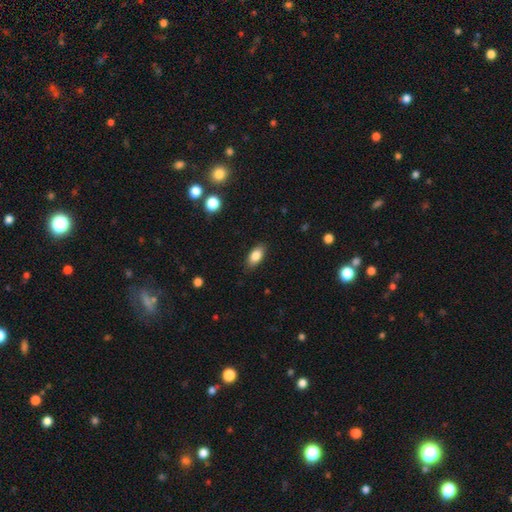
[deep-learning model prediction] Smooth or featured?
  - smooth: 84% *
  - featured or disk: 9%
  - star or artifact: 7%
How rounded?
  - in between: 89% *
  - cigar-shaped: 6%
  - round: 4%
Merging?
  - none: 87% *
  - minor disturbance: 10%
  - major disturbance: 2%
  - merger: 1%